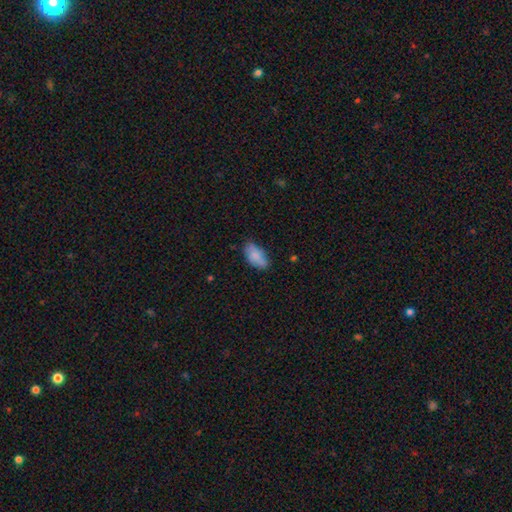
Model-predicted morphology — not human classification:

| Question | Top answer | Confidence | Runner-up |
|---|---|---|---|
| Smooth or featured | smooth | 83% | featured or disk (9%) |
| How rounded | in between | 91% | cigar-shaped (7%) |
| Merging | none | 68% | minor disturbance (25%) |